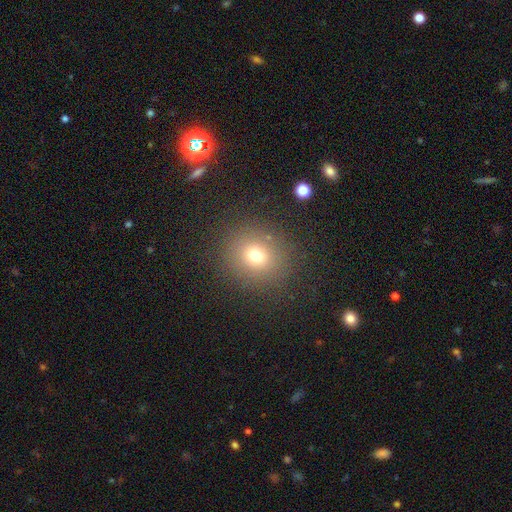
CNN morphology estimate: Smooth or featured? smooth (71%)
How rounded? round (85%)
Merging? none (86%)